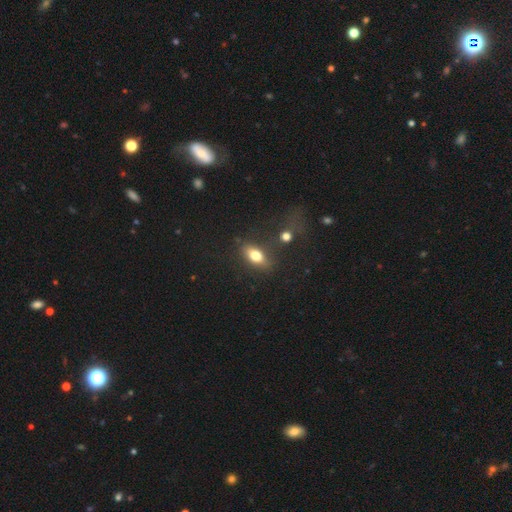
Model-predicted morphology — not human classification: smooth 75%, featured or disk 15%, star or artifact 10%. Down the decision tree: how rounded — in between (80%); merging — none (72%).